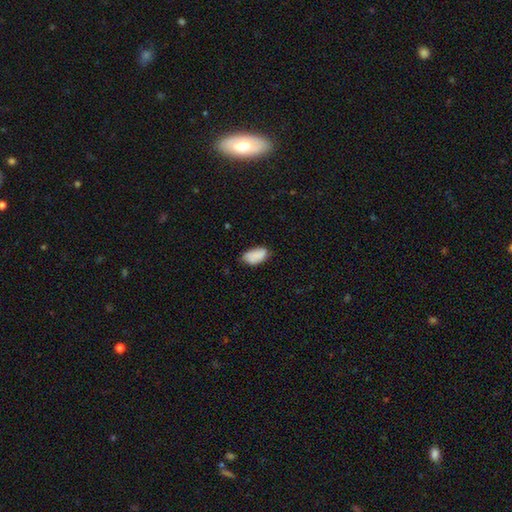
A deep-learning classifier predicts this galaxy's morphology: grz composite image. It shows a smooth galaxy with no disk features (87%) that is in between round and cigar-shaped (94%). Merging: none (67%).